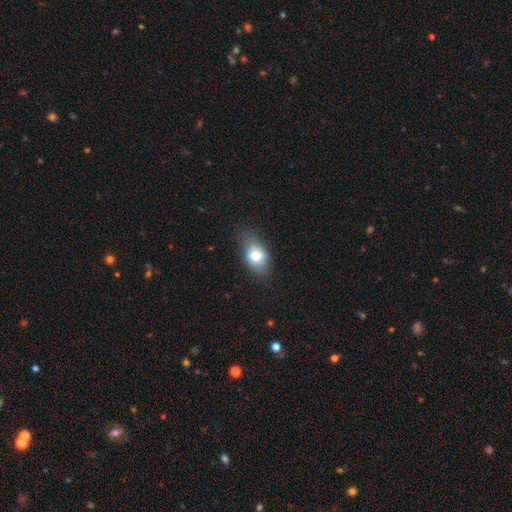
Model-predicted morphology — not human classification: Overall: smooth (76%). How rounded: in between (84%). Merging: none (68%).